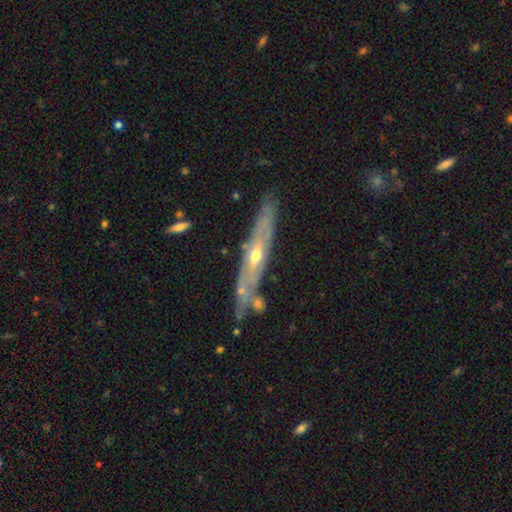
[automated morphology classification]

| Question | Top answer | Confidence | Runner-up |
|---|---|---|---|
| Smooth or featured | featured or disk | 73% | smooth (21%) |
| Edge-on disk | yes | 58% | no (42%) |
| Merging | none | 71% | minor disturbance (17%) |